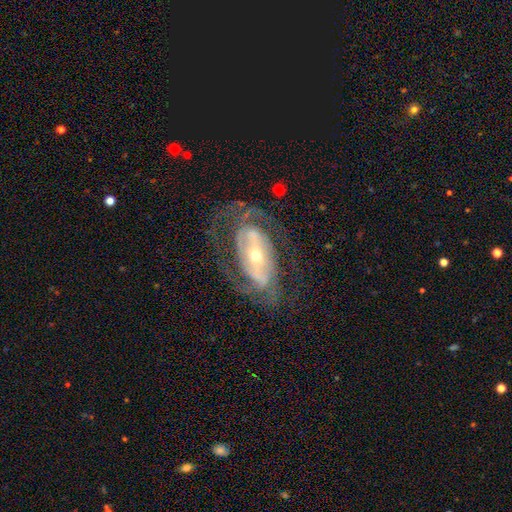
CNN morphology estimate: This appears to be a featured or disk galaxy (85%) with a strong bar (37%), 2 (56%) tight (45%) spiral arms (88%) and a small central bulge (57%). Merging: none (62%).